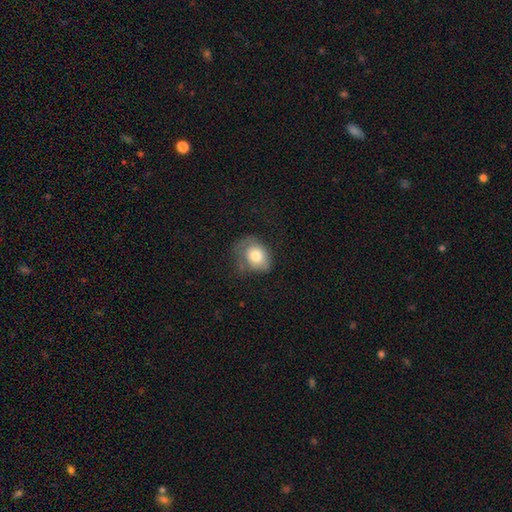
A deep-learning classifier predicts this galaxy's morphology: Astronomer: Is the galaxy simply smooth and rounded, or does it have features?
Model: smooth — 71%.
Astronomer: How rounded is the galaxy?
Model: in between — 61% (runner-up: round, 38%).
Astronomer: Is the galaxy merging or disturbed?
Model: none — 42% (runner-up: minor disturbance, 34%).